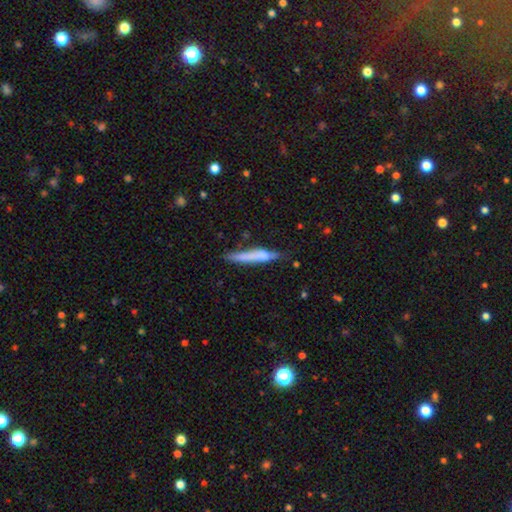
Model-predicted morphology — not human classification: A smooth galaxy with no disk features (60%) that is cigar-shaped (92%).

Vote fractions:
- Smooth or featured? smooth: 60% / featured or disk: 33% / star or artifact: 7%
- How rounded? cigar-shaped: 92% / in between: 6% / round: 2%
- Merging? none: 65% / minor disturbance: 23% / major disturbance: 7% / merger: 6%